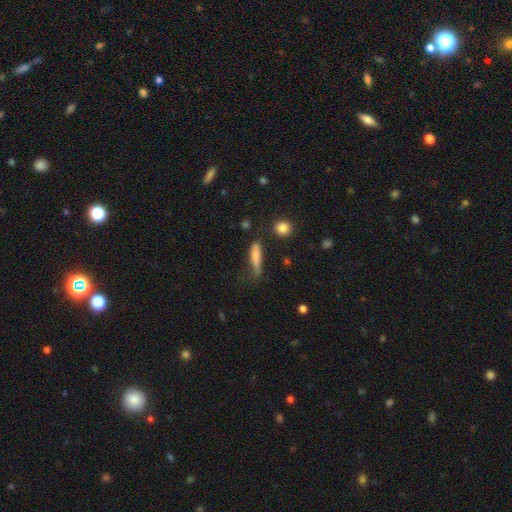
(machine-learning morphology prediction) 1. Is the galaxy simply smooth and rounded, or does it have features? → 72% smooth, 19% featured or disk, 8% star or artifact.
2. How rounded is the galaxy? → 72% cigar-shaped, 25% in between, 3% round.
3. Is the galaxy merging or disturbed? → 49% none, 31% minor disturbance, 15% major disturbance, 5% merger.